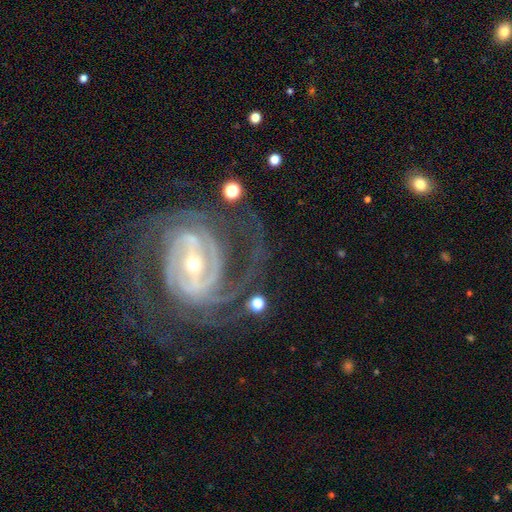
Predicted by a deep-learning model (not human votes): Overall: featured or disk (87%). Edge-on disk: no (97%). Bar: strong (43%; weak 36%). Spiral arms: yes (93%). Spiral arm count: 2 (51%; can't tell 20%). Spiral winding: tight (52%; medium 37%). Bulge size: small (55%; moderate 39%). Merging: none (65%).